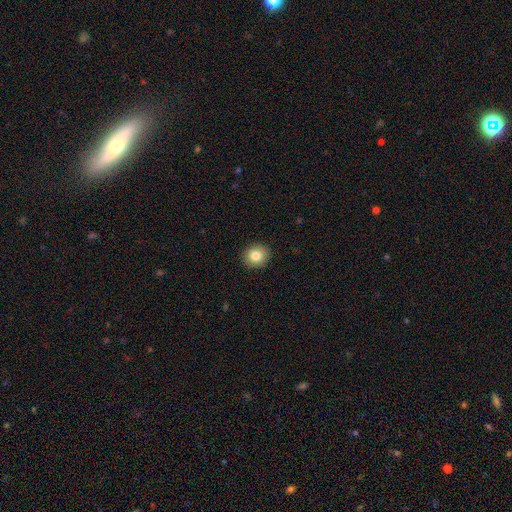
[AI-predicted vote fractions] Morphology: type=smooth (82%); roundness=round (82%); merging=none (92%).